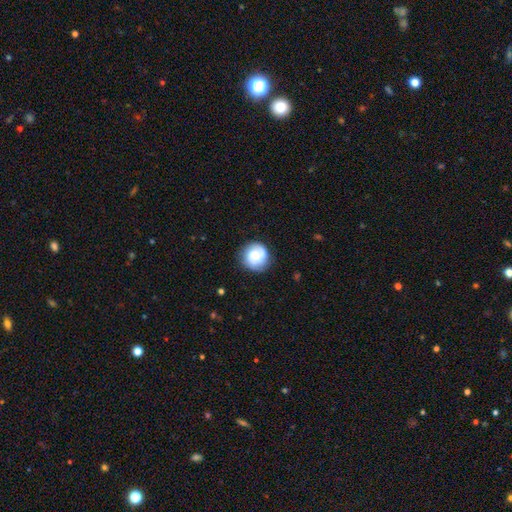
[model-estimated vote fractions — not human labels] Smooth or featured: featured or disk — 46% (tied with smooth — 46%)
Merging: none — 80% (minor disturbance — 14%)